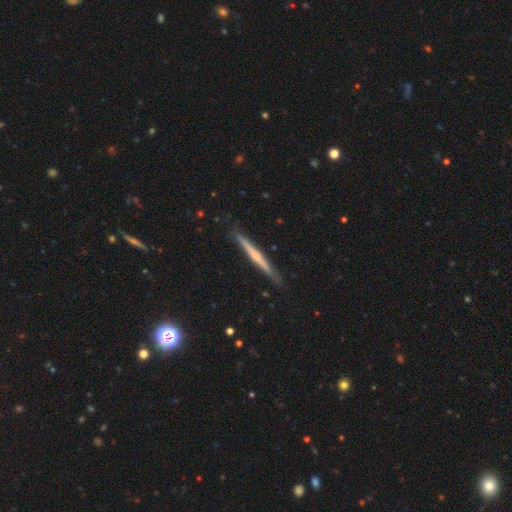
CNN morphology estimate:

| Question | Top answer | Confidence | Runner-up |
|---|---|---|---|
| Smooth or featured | featured or disk | 61% | smooth (34%) |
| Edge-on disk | yes | 98% | no (2%) |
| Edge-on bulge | none | 54% | rounded (39%) |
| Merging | none | 89% | minor disturbance (9%) |